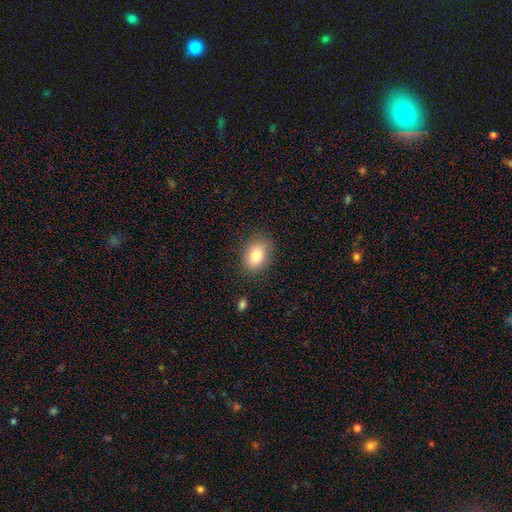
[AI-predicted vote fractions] Smooth or featured: smooth — 82% (featured or disk — 9%)
How rounded: in between — 79% (round — 20%)
Merging: none — 84% (minor disturbance — 11%)